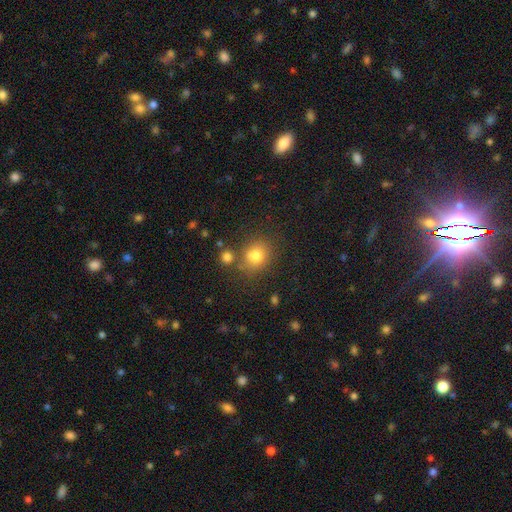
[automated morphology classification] A smooth galaxy with no disk features (78%) that is round (68%). Merging: none (69%).